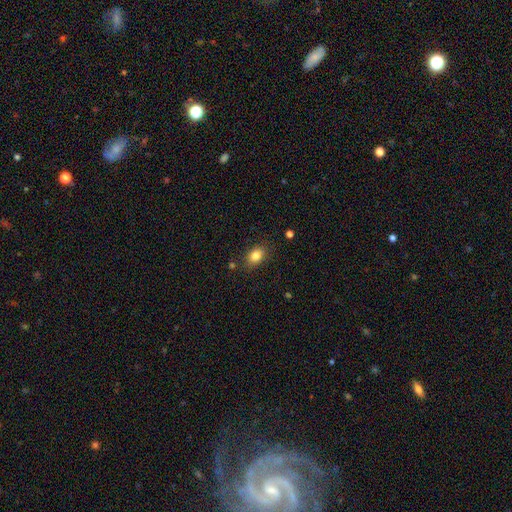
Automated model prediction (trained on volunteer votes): Smooth or featured? smooth (83%)
How rounded? in between (74%)
Merging? none (83%)